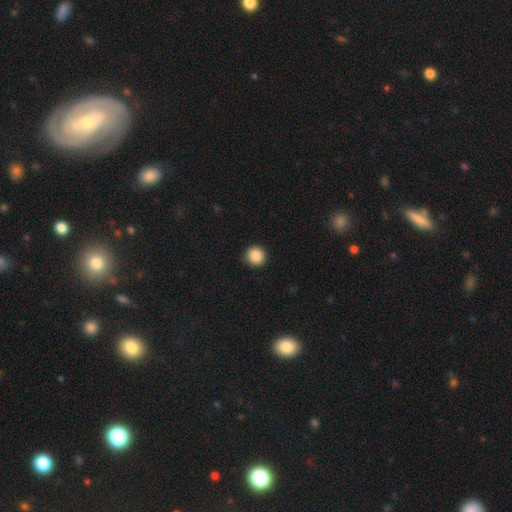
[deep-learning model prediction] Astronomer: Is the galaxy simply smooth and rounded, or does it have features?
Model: smooth — 88%.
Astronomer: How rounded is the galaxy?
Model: round — 93%.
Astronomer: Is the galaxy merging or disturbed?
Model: none — 91%.